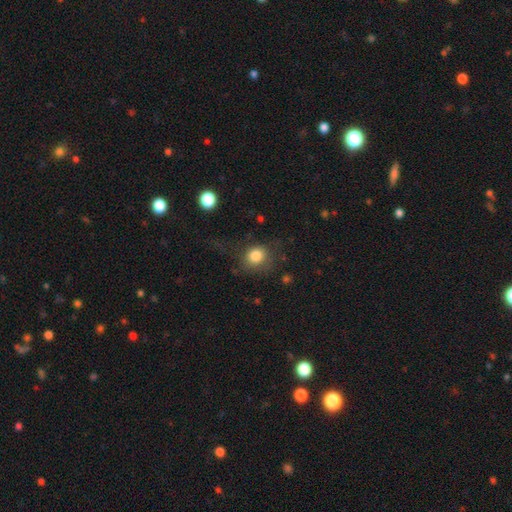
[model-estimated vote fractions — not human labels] smooth_or_featured: smooth (p=0.82) [alt: star or artifact p=0.10]
how_rounded: round (p=0.75) [alt: in between p=0.24]
merging: none (p=0.63) [alt: minor disturbance p=0.19]